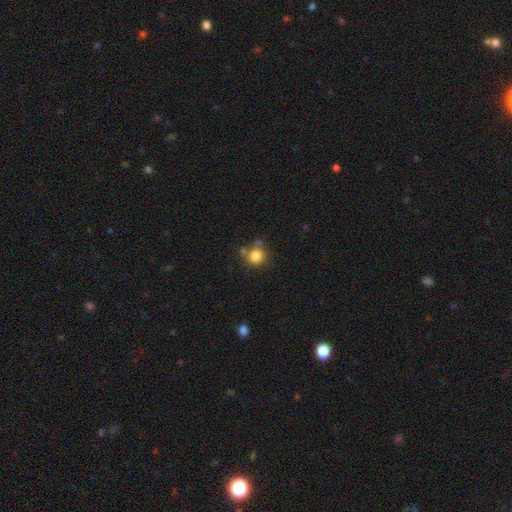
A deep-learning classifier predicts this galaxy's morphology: Smooth or featured: smooth — 82% (star or artifact — 11%)
How rounded: round — 87% (in between — 12%)
Merging: none — 60% (minor disturbance — 17%)